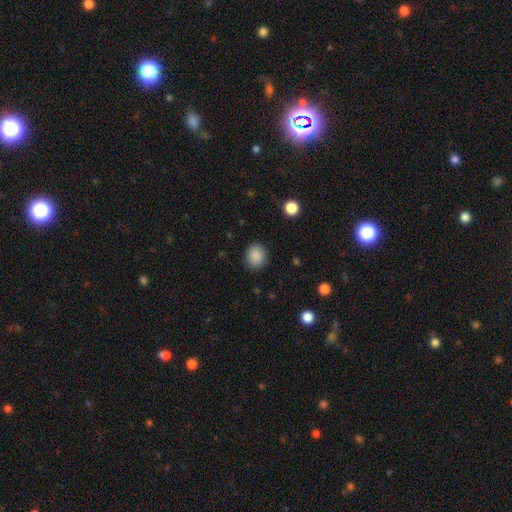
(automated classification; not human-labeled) Smooth or featured? Predicted: smooth (p=0.88). How rounded? Predicted: round (p=0.72). Merging? Predicted: none (p=0.89).